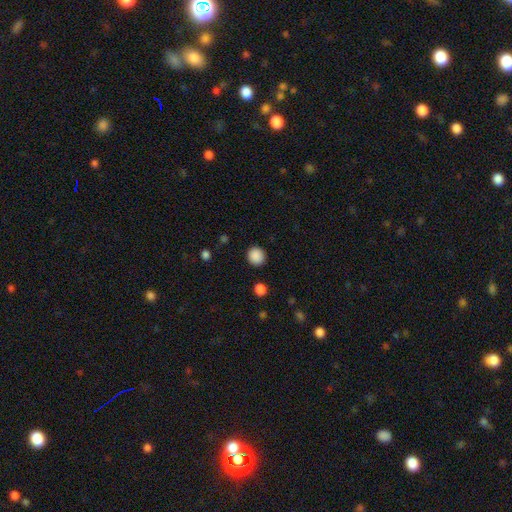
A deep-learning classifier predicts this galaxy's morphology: Smooth or featured? Predicted: smooth (p=0.88). How rounded? Predicted: round (p=0.90). Merging? Predicted: none (p=0.90).